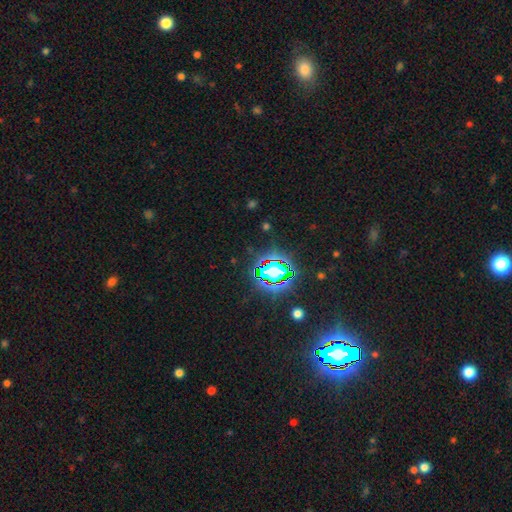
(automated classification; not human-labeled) This appears to be a star or artifact, not a galaxy (81%).